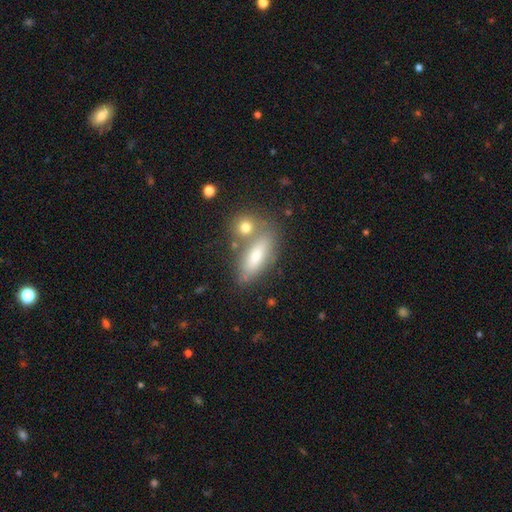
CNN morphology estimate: Smooth or featured? smooth (68%)
How rounded? in between (63%)
Merging? none (56%)